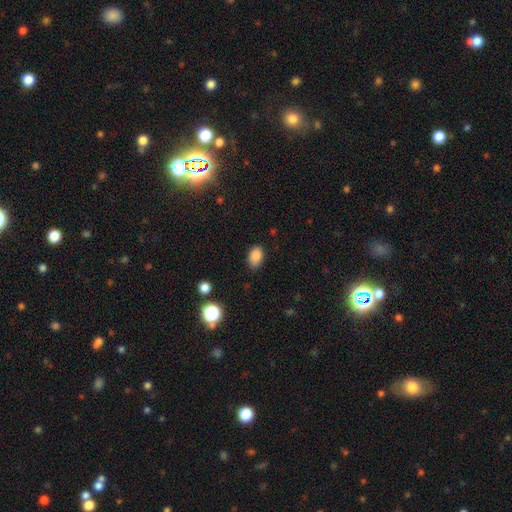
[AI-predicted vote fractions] A smooth galaxy with no disk features (86%) that is in between round and cigar-shaped (87%).

Vote fractions:
- Smooth or featured? smooth: 86% / star or artifact: 10% / featured or disk: 4%
- How rounded? in between: 87% / round: 12% / cigar-shaped: 1%
- Merging? none: 77% / minor disturbance: 18% / major disturbance: 3% / merger: 1%